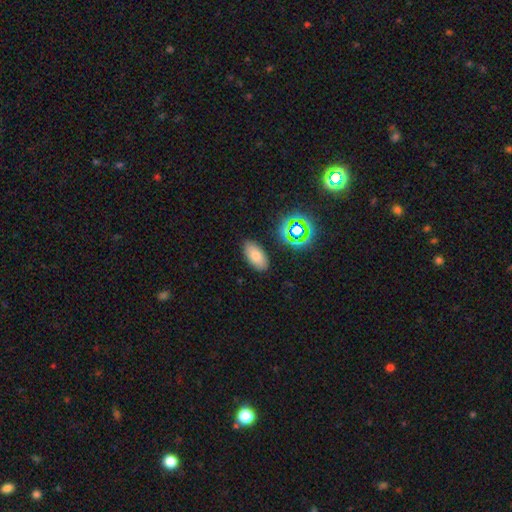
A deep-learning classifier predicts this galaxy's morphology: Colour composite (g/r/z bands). It shows a smooth galaxy with no disk features (73%) that is in between round and cigar-shaped (91%). Merging: none (85%).